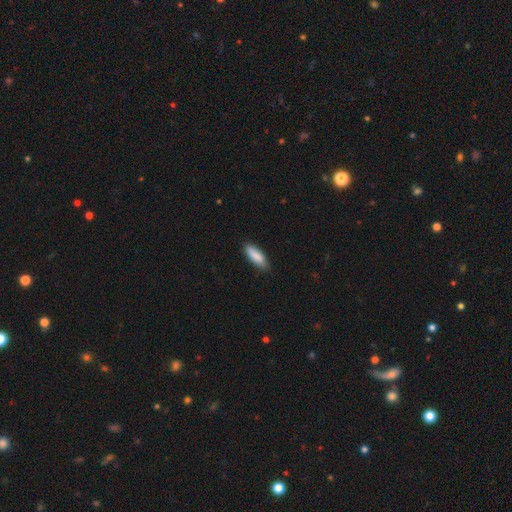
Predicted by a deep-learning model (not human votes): smooth_or_featured: smooth (p=0.88) [alt: featured or disk p=0.07]
how_rounded: in between (p=0.59) [alt: cigar-shaped p=0.40]
merging: none (p=0.85) [alt: minor disturbance p=0.12]